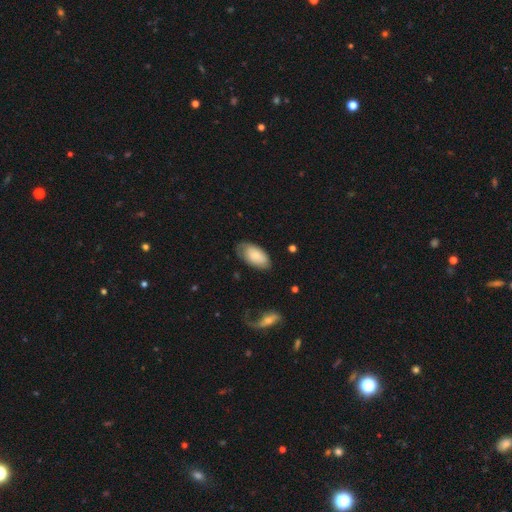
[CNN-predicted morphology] A smooth galaxy with no disk features (77%) that is in between round and cigar-shaped (94%).

Vote fractions:
- Smooth or featured? smooth: 77% / featured or disk: 17% / star or artifact: 6%
- How rounded? in between: 94% / cigar-shaped: 3% / round: 3%
- Merging? none: 64% / minor disturbance: 26% / major disturbance: 8% / merger: 2%